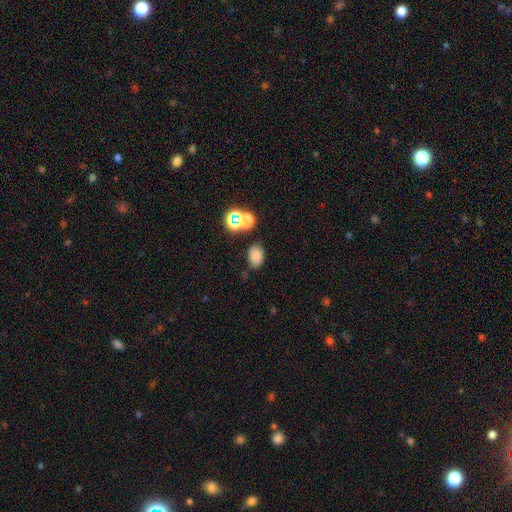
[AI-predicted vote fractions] smooth 76%, star or artifact 16%, featured or disk 8%. Down the decision tree: how rounded — in between (82%); merging — none (75%).